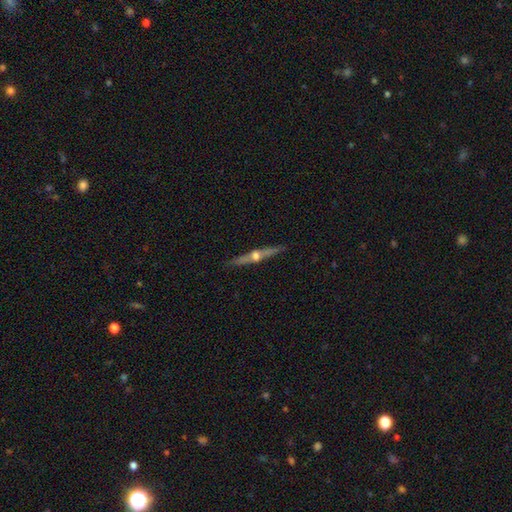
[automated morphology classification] Smooth or featured?
  - featured or disk: 80% *
  - smooth: 14%
  - star or artifact: 6%
Edge-on disk?
  - yes: 98% *
  - no: 2%
Edge-on bulge?
  - rounded: 94% *
  - none: 4%
  - boxy: 3%
Merging?
  - none: 90% *
  - minor disturbance: 7%
  - major disturbance: 1%
  - merger: 1%